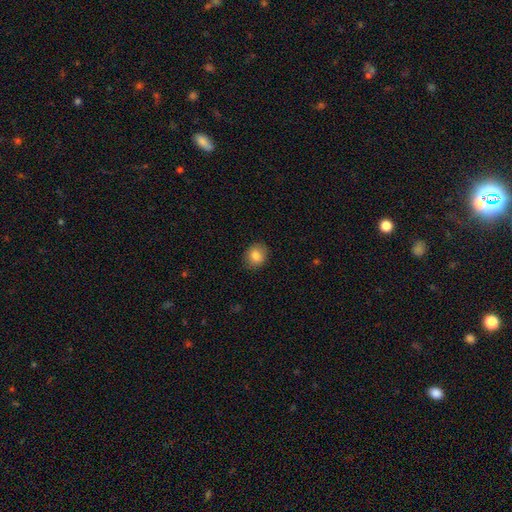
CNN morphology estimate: Overall: smooth (84%). How rounded: round (67%; in between 32%). Merging: none (86%).